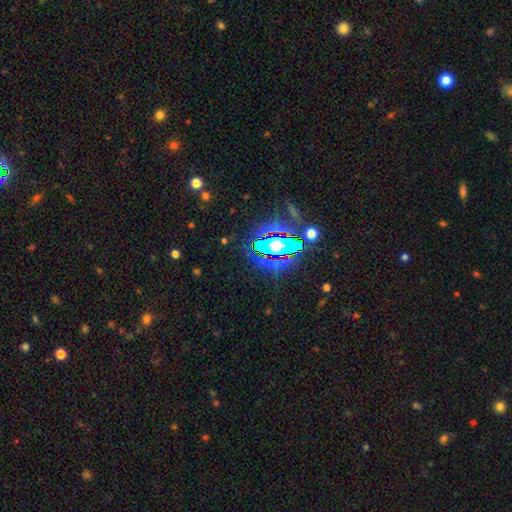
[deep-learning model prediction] Smooth or featured? star or artifact (80%)